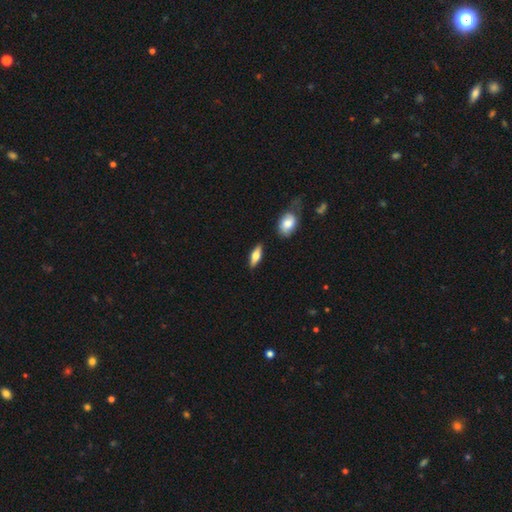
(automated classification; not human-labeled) Smooth or featured? smooth (60%)
How rounded? in between (63%)
Merging? none (85%)